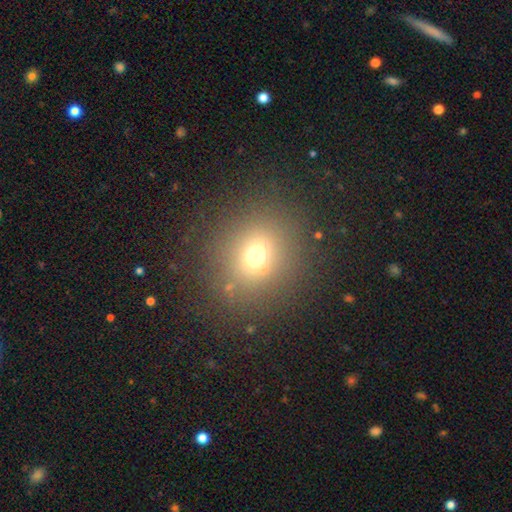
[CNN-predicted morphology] A smooth galaxy with no disk features (65%) that is round (77%). Merging: none (83%).